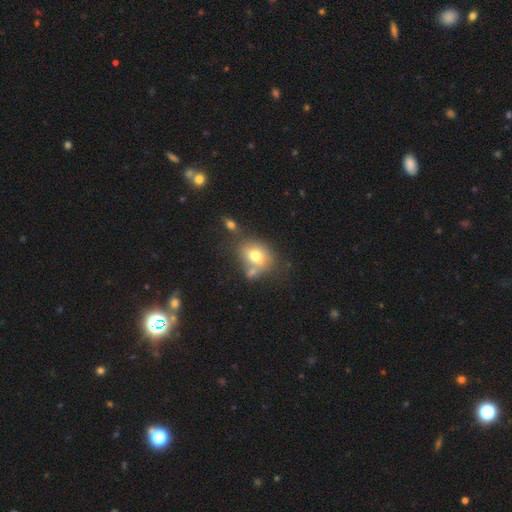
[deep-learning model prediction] A smooth galaxy with no disk features (68%) that is in between round and cigar-shaped (58%).

Vote fractions:
- Smooth or featured? smooth: 68% / featured or disk: 21% / star or artifact: 11%
- How rounded? in between: 58% / round: 40% / cigar-shaped: 1%
- Merging? none: 47% / merger: 25% / minor disturbance: 19% / major disturbance: 9%